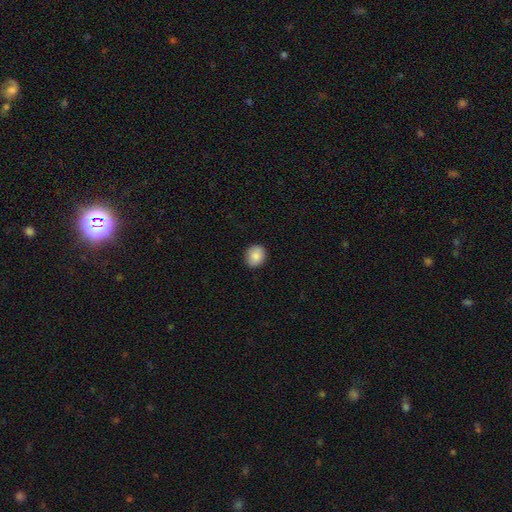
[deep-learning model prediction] This appears to be a smooth galaxy with no disk features (87%) that is round (70%). Merging: none (89%).